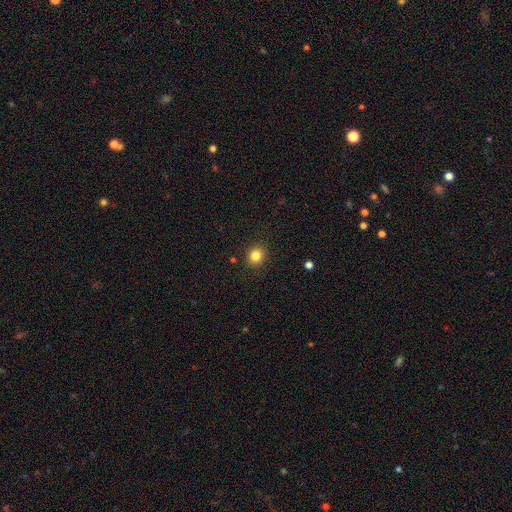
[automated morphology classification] Smooth or featured? Predicted: smooth (p=0.83). How rounded? Predicted: round (p=0.80). Merging? Predicted: none (p=0.89).